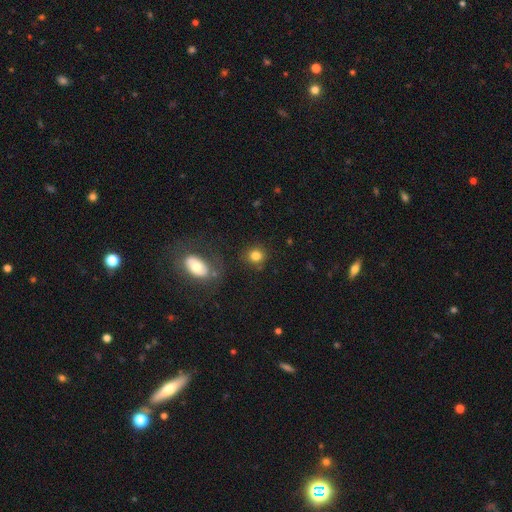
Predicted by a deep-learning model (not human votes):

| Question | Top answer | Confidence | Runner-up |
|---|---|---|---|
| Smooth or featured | smooth | 81% | star or artifact (11%) |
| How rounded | round | 81% | in between (18%) |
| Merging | none | 80% | minor disturbance (10%) |